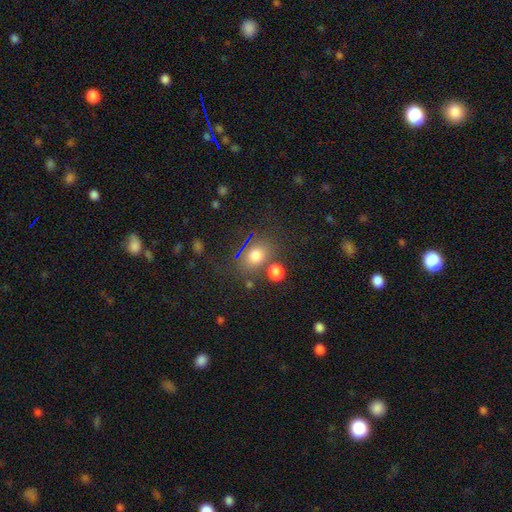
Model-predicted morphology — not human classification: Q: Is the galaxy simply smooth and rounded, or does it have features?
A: smooth — 72%.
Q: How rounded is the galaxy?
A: round — 53%.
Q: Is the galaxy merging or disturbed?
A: none — 71%.